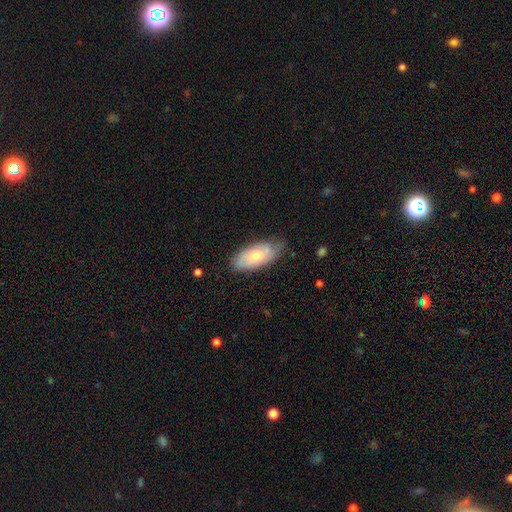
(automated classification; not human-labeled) Smooth or featured? Predicted: smooth (p=0.59). How rounded? Predicted: in between (p=0.89). Merging? Predicted: none (p=0.71).